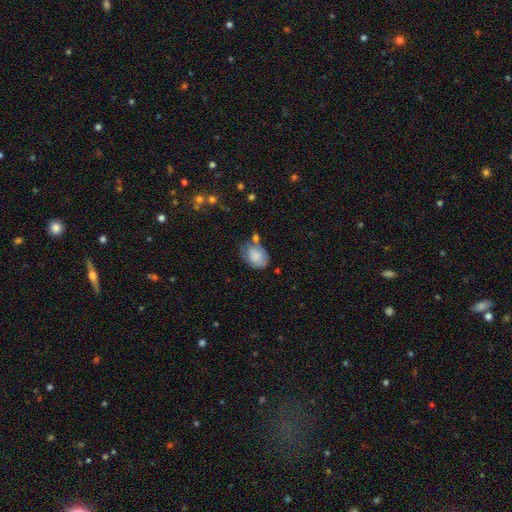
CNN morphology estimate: Smooth or featured?
  - smooth: 79% *
  - featured or disk: 13%
  - star or artifact: 7%
How rounded?
  - in between: 75% *
  - round: 24%
  - cigar-shaped: 1%
Merging?
  - none: 43% *
  - minor disturbance: 33%
  - merger: 12%
  - major disturbance: 12%